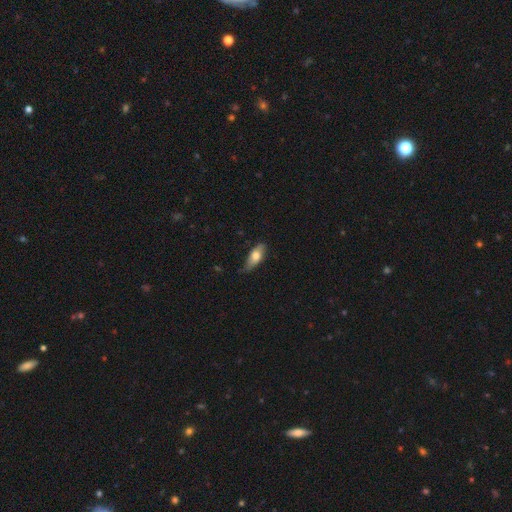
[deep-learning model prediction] Smooth or featured: smooth — 66% (featured or disk — 28%)
How rounded: in between — 75% (cigar-shaped — 22%)
Merging: none — 65% (minor disturbance — 29%)